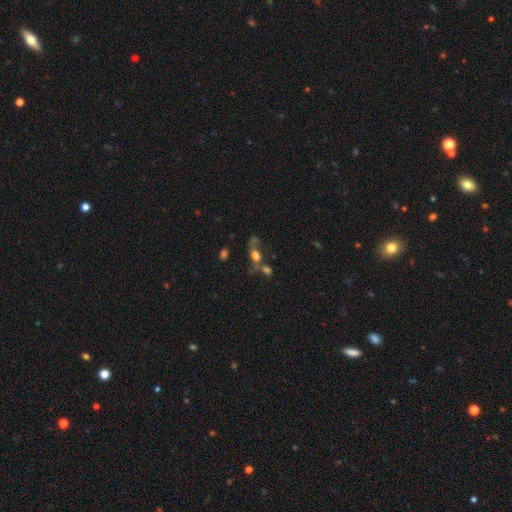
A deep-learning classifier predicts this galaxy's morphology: smooth-or-featured: smooth: 51% | featured or disk: 32% | star or artifact: 17%
  how-rounded: in between: 59% | round: 26% | cigar-shaped: 15%
  merging: merger: 38% | none: 34% | major disturbance: 14% | minor disturbance: 14%